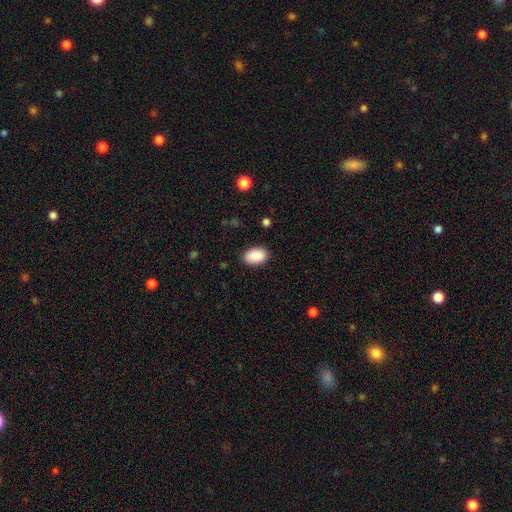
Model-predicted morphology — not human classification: smooth_or_featured: smooth (p=0.90) [alt: star or artifact p=0.07]
how_rounded: in between (p=0.91) [alt: round p=0.08]
merging: none (p=0.87) [alt: minor disturbance p=0.10]